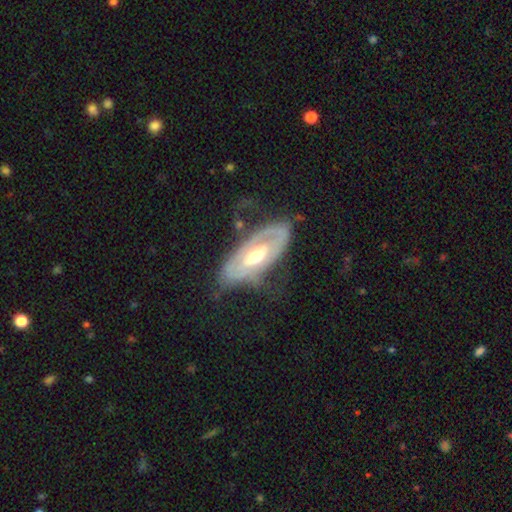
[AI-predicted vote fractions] A featured or disk galaxy (79%) with no bar (46%), spiral arms (67%) and a moderate central bulge (72%).

Vote fractions:
- Smooth or featured? featured or disk: 79% / smooth: 17% / star or artifact: 5%
- Edge-on disk? no: 86% / yes: 14%
- Bar? no: 46% / weak: 35% / strong: 20%
- Spiral arms? yes: 67% / no: 33%
- Bulge size? moderate: 72% / small: 16% / large: 9% / dominant: 1% / none: 1%
- Merging? none: 53% / minor disturbance: 26% / major disturbance: 18% / merger: 2%